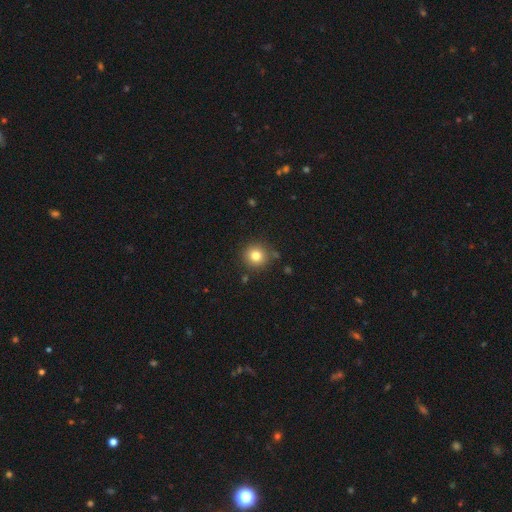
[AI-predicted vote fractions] Smooth or featured?
  - smooth: 80% *
  - star or artifact: 12%
  - featured or disk: 8%
How rounded?
  - round: 93% *
  - in between: 6%
  - cigar-shaped: 1%
Merging?
  - none: 87% *
  - minor disturbance: 8%
  - merger: 3%
  - major disturbance: 2%